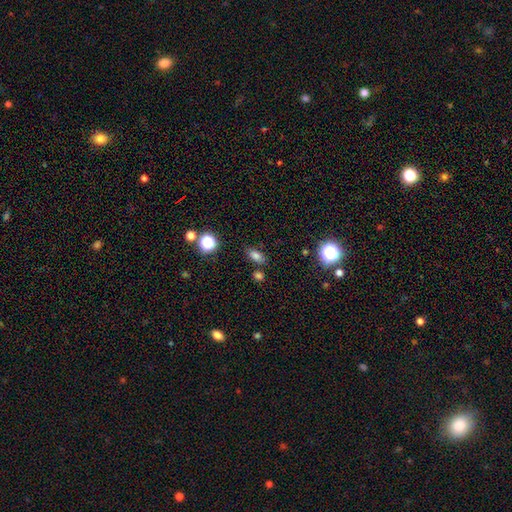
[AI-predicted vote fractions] Smooth or featured? Predicted: smooth (p=0.76). How rounded? Predicted: in between (p=0.83). Merging? Predicted: none (p=0.76).